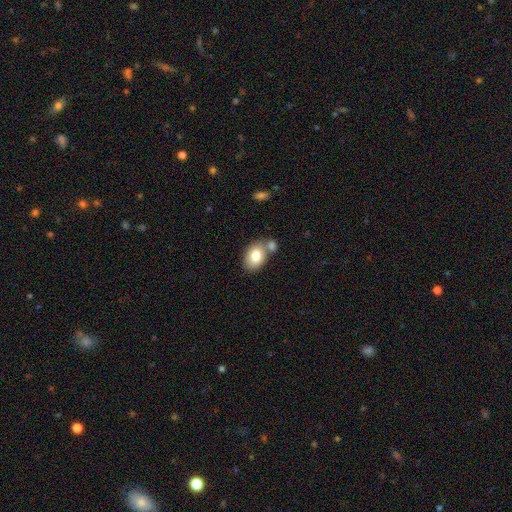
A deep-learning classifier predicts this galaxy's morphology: Smooth or featured? Predicted: smooth (p=0.79). How rounded? Predicted: in between (p=0.79). Merging? Predicted: none (p=0.52).